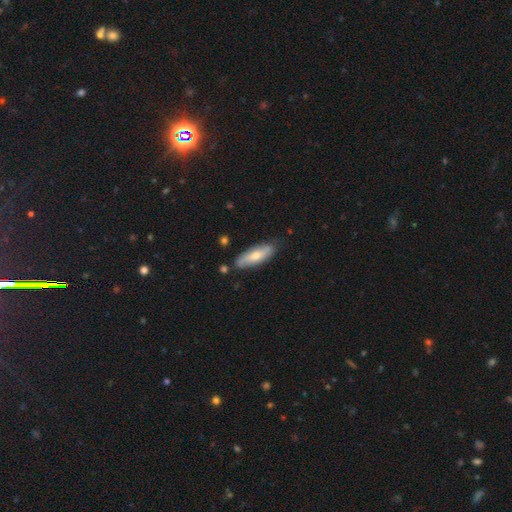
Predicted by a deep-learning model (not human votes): Smooth or featured?
  - smooth: 62% *
  - featured or disk: 32%
  - star or artifact: 5%
How rounded?
  - in between: 59% *
  - cigar-shaped: 39%
  - round: 2%
Merging?
  - none: 77% *
  - minor disturbance: 17%
  - major disturbance: 3%
  - merger: 3%